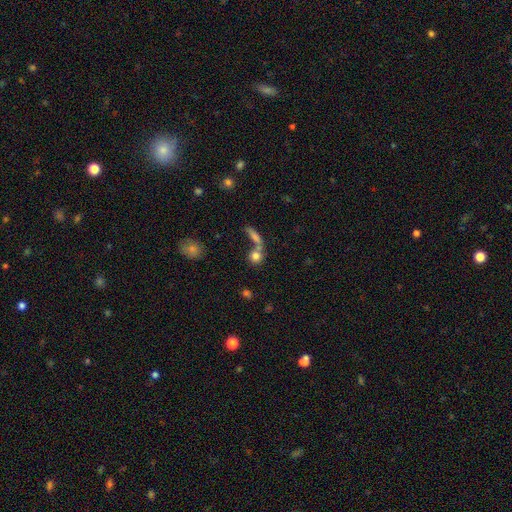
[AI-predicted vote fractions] smooth-or-featured: smooth: 78% | featured or disk: 12% | star or artifact: 11%
  how-rounded: round: 78% | in between: 17% | cigar-shaped: 5%
  merging: none: 48% | merger: 38% | minor disturbance: 8% | major disturbance: 6%